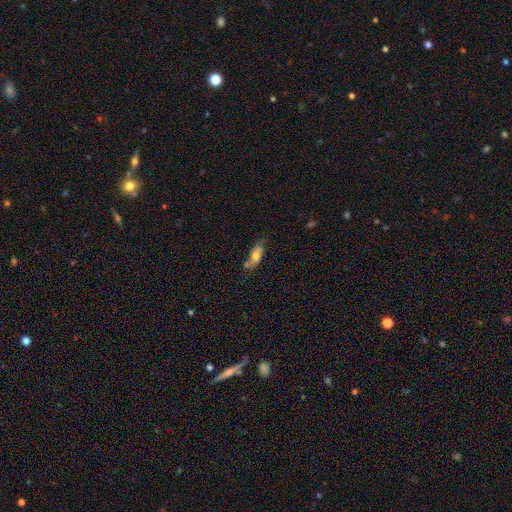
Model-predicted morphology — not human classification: smooth_or_featured: smooth (p=0.62) [alt: featured or disk p=0.30]
how_rounded: in between (p=0.73) [alt: cigar-shaped p=0.23]
merging: none (p=0.50) [alt: minor disturbance p=0.24]